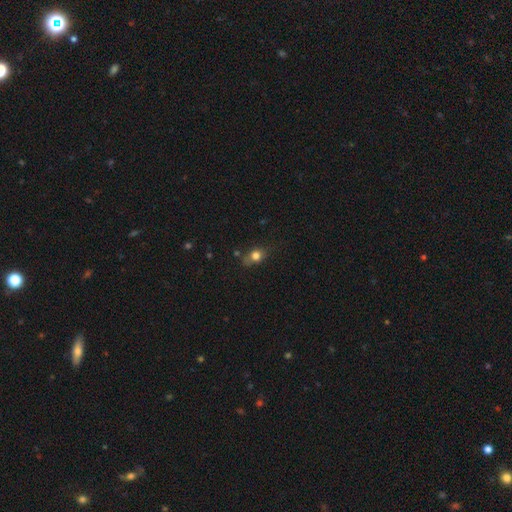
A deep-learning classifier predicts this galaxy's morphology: Smooth or featured?
  - smooth: 74% *
  - featured or disk: 13%
  - star or artifact: 12%
How rounded?
  - round: 48% *
  - in between: 47%
  - cigar-shaped: 5%
Merging?
  - none: 61% *
  - minor disturbance: 26%
  - major disturbance: 8%
  - merger: 5%